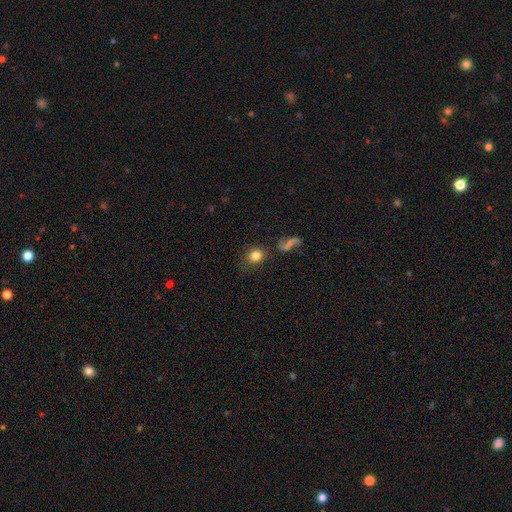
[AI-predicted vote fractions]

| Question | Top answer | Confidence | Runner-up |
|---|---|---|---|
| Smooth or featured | smooth | 80% | featured or disk (10%) |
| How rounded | round | 68% | in between (30%) |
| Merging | none | 74% | minor disturbance (14%) |